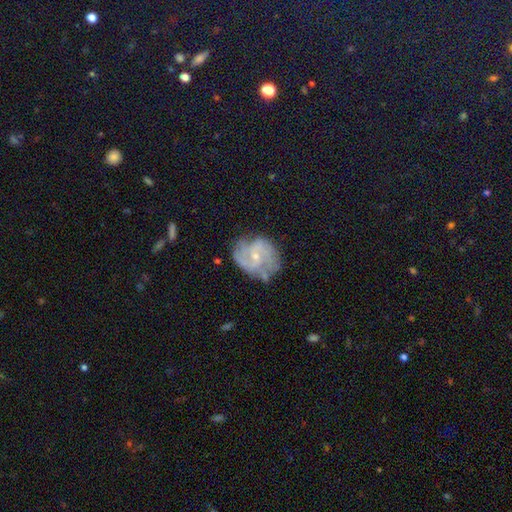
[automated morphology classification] A featured or disk galaxy (79%) with no bar (55%), 2 (44%) medium (47%) spiral arms (91%) and a small central bulge (69%). Merging: none (62%).